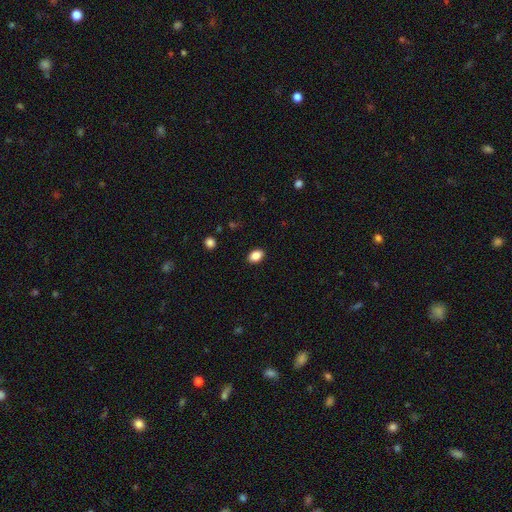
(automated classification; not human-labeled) Smooth or featured: smooth — 87% (star or artifact — 9%)
How rounded: in between — 82% (round — 16%)
Merging: none — 89% (minor disturbance — 8%)